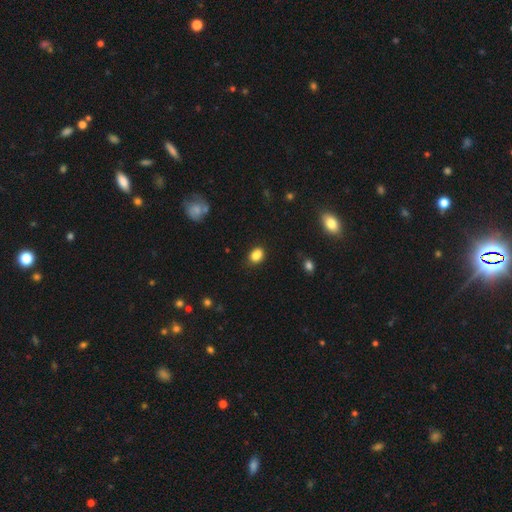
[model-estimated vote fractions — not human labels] smooth_or_featured: smooth (p=0.83) [alt: star or artifact p=0.11]
how_rounded: in between (p=0.60) [alt: round p=0.39]
merging: none (p=0.74) [alt: minor disturbance p=0.19]